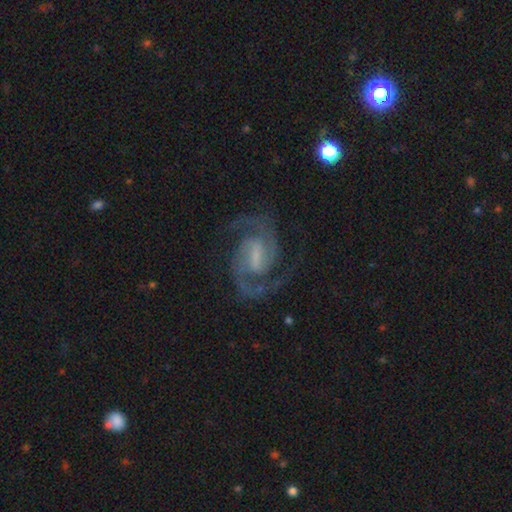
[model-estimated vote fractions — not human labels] Overall: featured or disk (93%). Edge-on disk: no (98%). Bar: weak (53%; strong 32%). Spiral arms: yes (99%). Spiral arm count: 2 (93%). Spiral winding: medium (64%; tight 25%). Bulge size: small (38%; none 36%). Merging: none (81%).